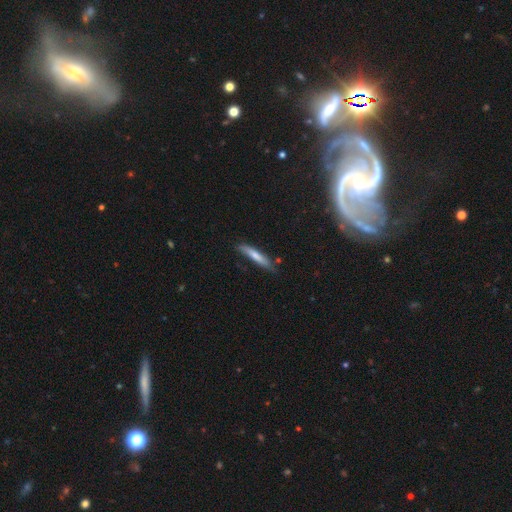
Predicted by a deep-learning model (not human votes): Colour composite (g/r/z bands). It shows a smooth galaxy with no disk features (69%) that is cigar-shaped (90%). Merging: none (73%).